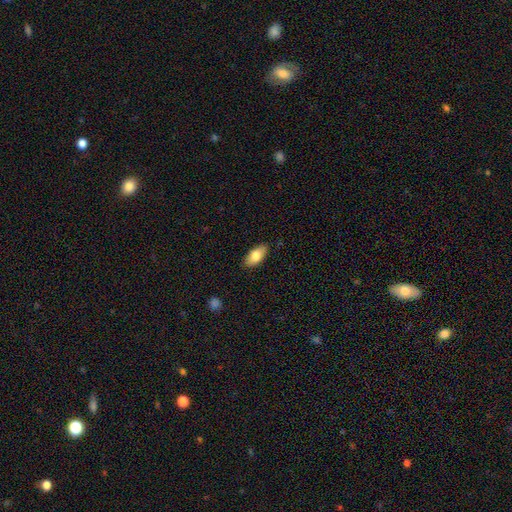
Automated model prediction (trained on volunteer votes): The model was most divided on "smooth or featured": smooth: 79%, featured or disk: 15%, star or artifact: 6%. More confident: how rounded — in between (91%); merging — none (87%).